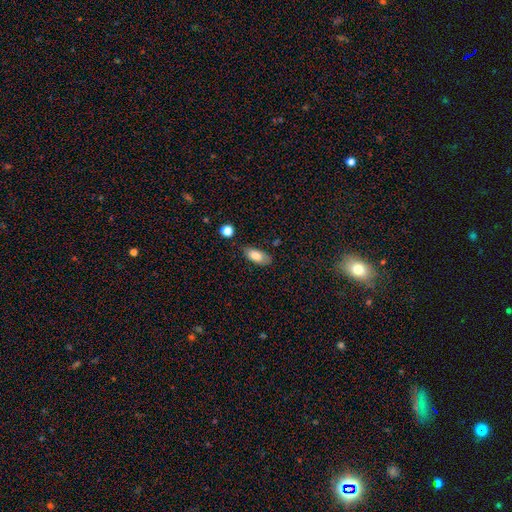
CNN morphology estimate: smooth_or_featured: smooth (p=0.79) [alt: featured or disk p=0.14]
how_rounded: in between (p=0.88) [alt: cigar-shaped p=0.08]
merging: none (p=0.70) [alt: minor disturbance p=0.22]